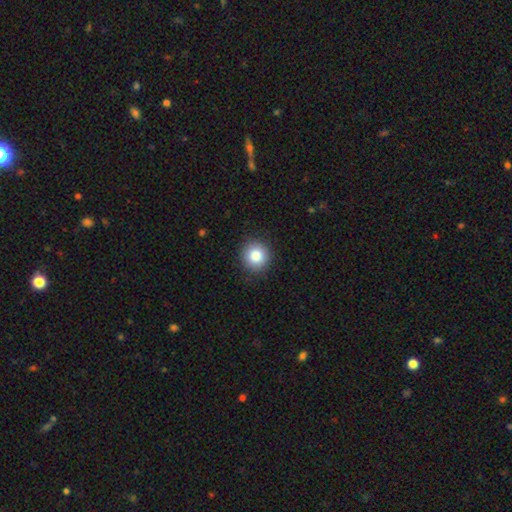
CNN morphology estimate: smooth 84%, star or artifact 10%, featured or disk 7%. Down the decision tree: how rounded — round (92%); merging — none (90%).